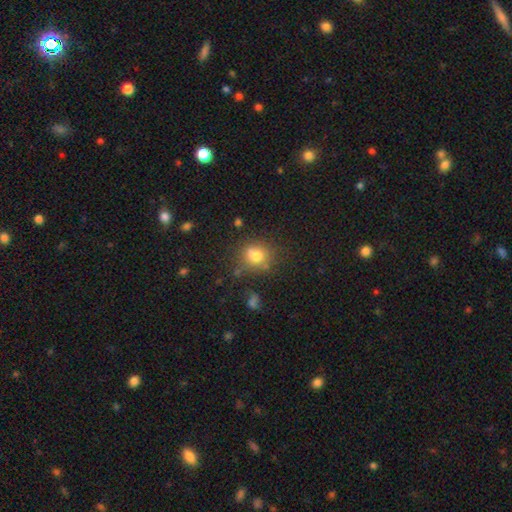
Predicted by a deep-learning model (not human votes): Overall: smooth (76%). How rounded: round (70%). Merging: none (68%).